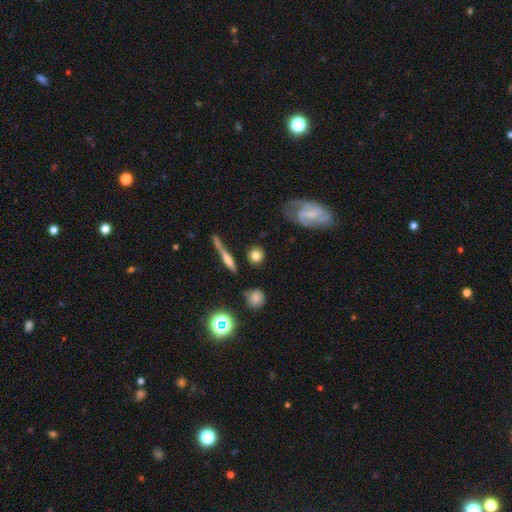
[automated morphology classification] Smooth or featured: smooth — 75% (featured or disk — 15%)
How rounded: round — 78% (in between — 16%)
Merging: none — 79% (minor disturbance — 10%)